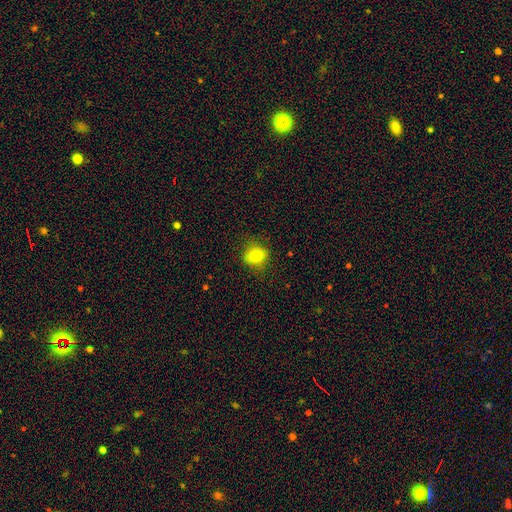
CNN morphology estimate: Smooth or featured?
  - smooth: 81% *
  - star or artifact: 11%
  - featured or disk: 8%
How rounded?
  - round: 66% *
  - in between: 32%
  - cigar-shaped: 1%
Merging?
  - none: 82% *
  - minor disturbance: 13%
  - major disturbance: 4%
  - merger: 1%